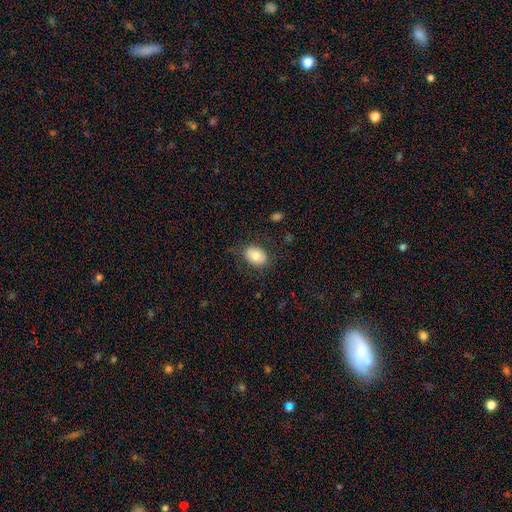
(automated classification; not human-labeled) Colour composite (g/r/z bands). It shows a smooth galaxy with no disk features (78%) that is in between round and cigar-shaped (79%). Merging: none (77%).